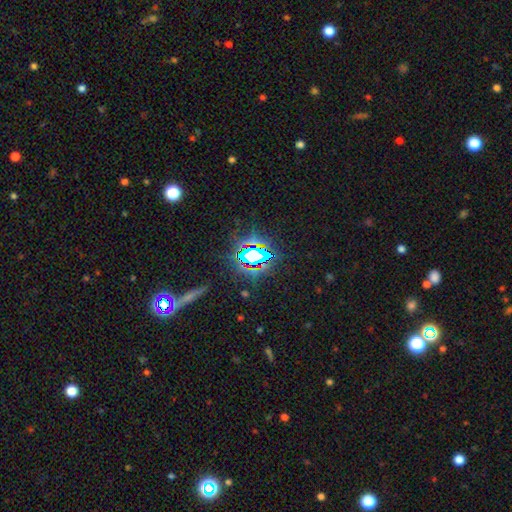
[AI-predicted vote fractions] A star or artifact, not a galaxy (73%).

Vote fractions:
- Smooth or featured? star or artifact: 73% / smooth: 15% / featured or disk: 12%